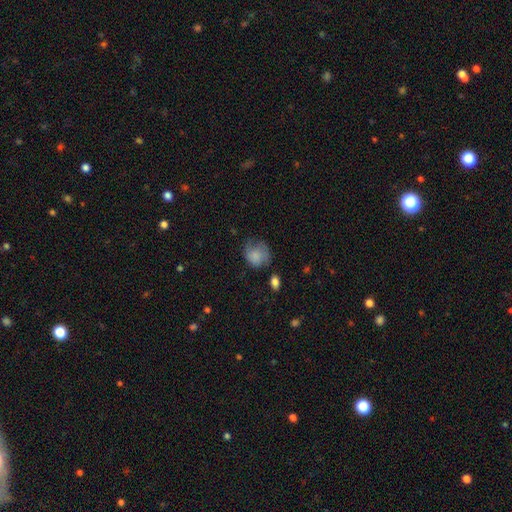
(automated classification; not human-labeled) A smooth galaxy with no disk features (72%) that is round (64%). Merging: none (45%).